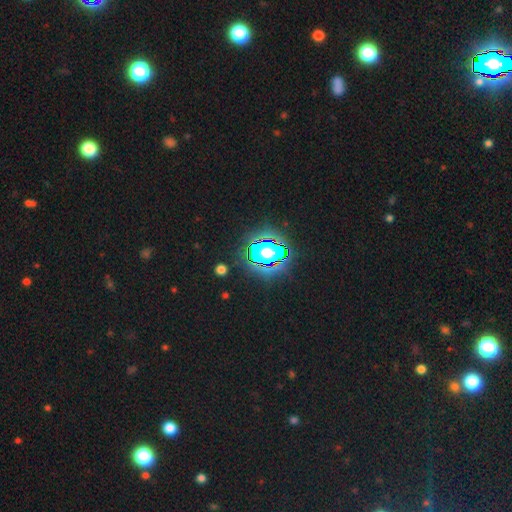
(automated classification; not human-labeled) Q: Smooth or featured?
A: star or artifact (81%); runner-up: smooth (12%)